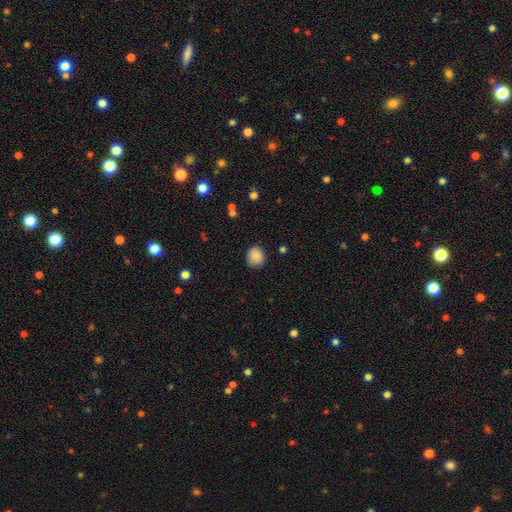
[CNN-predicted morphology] Q: Smooth or featured?
A: smooth (88%); runner-up: star or artifact (8%)
Q: How rounded?
A: round (80%); runner-up: in between (19%)
Q: Merging?
A: none (84%); runner-up: minor disturbance (12%)